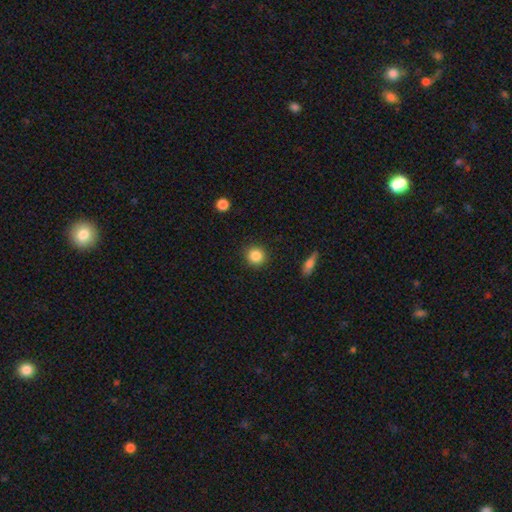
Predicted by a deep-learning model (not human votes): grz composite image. It shows a smooth galaxy with no disk features (86%) that is round (92%). Merging: none (91%).